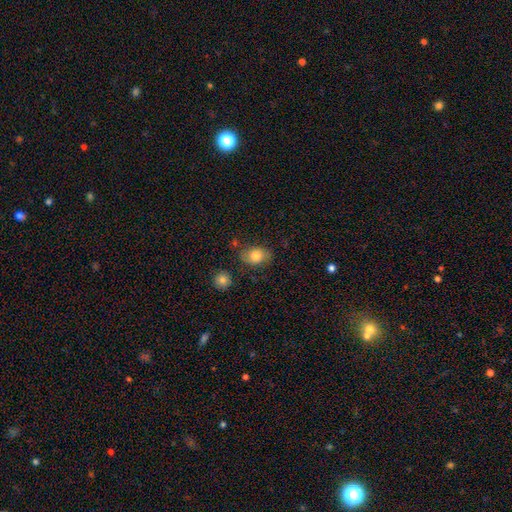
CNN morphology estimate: smooth-or-featured: smooth: 81% | featured or disk: 11% | star or artifact: 9%
  how-rounded: in between: 71% | round: 28% | cigar-shaped: 1%
  merging: none: 76% | minor disturbance: 16% | major disturbance: 4% | merger: 4%